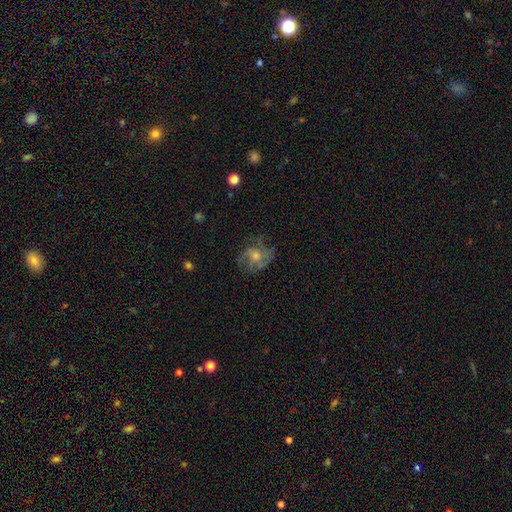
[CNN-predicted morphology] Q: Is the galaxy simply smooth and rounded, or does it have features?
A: featured or disk — 67%.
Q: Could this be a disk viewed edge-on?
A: no — 97%.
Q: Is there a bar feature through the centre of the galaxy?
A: no — 73%.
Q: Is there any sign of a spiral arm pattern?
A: yes — 82%.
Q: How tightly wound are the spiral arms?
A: medium — 48%.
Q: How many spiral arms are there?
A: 3 — 29%, tied with can't tell.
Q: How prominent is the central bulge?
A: moderate — 48%.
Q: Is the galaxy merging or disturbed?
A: none — 65%.